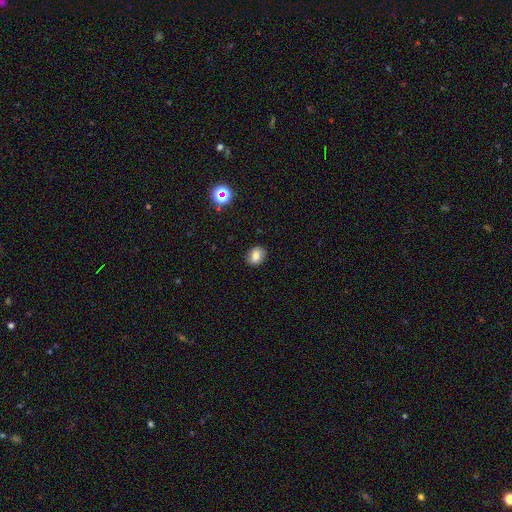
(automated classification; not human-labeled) Smooth or featured?
  - smooth: 75% *
  - featured or disk: 12%
  - star or artifact: 12%
How rounded?
  - round: 55% *
  - in between: 44%
  - cigar-shaped: 1%
Merging?
  - none: 87% *
  - minor disturbance: 10%
  - major disturbance: 2%
  - merger: 1%